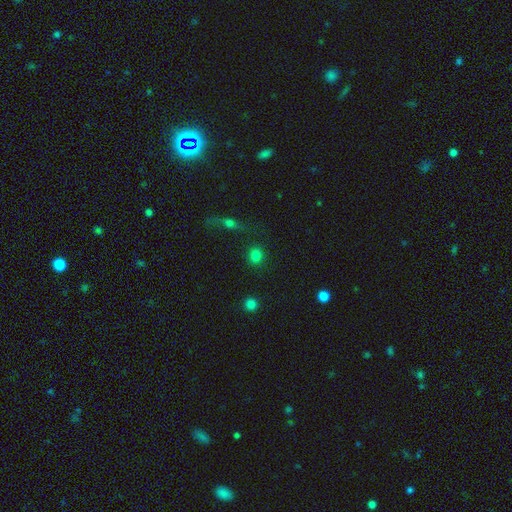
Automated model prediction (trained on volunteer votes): Morphology: type=smooth (82%); roundness=round (85%); merging=none (86%).